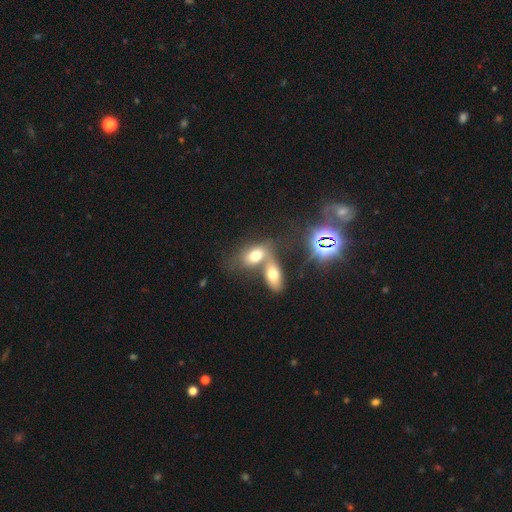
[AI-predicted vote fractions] Smooth or featured: smooth — 66% (featured or disk — 22%)
How rounded: in between — 85% (round — 12%)
Merging: merger — 62% (none — 24%)